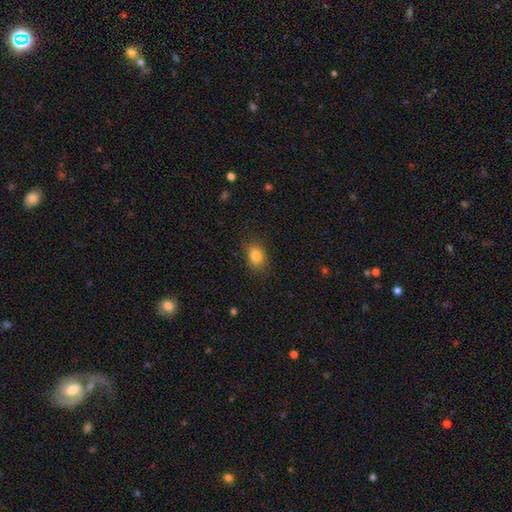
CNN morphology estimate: smooth-or-featured: smooth: 83% | star or artifact: 10% | featured or disk: 8%
  how-rounded: in between: 72% | round: 27% | cigar-shaped: 1%
  merging: none: 83% | minor disturbance: 12% | major disturbance: 3% | merger: 1%